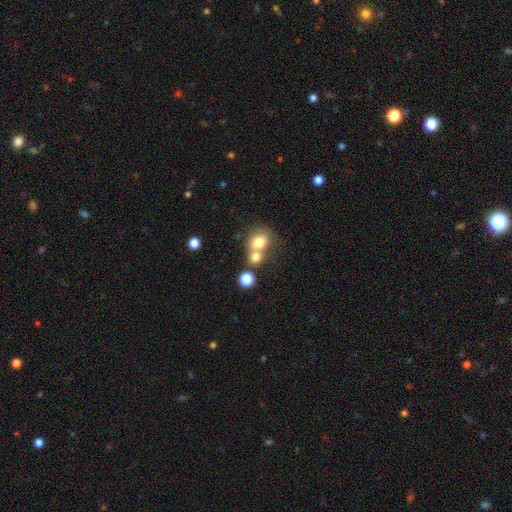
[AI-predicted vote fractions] smooth-or-featured: smooth: 73% | featured or disk: 14% | star or artifact: 12%
  how-rounded: round: 66% | in between: 33% | cigar-shaped: 1%
  merging: merger: 55% | none: 33% | minor disturbance: 8% | major disturbance: 4%